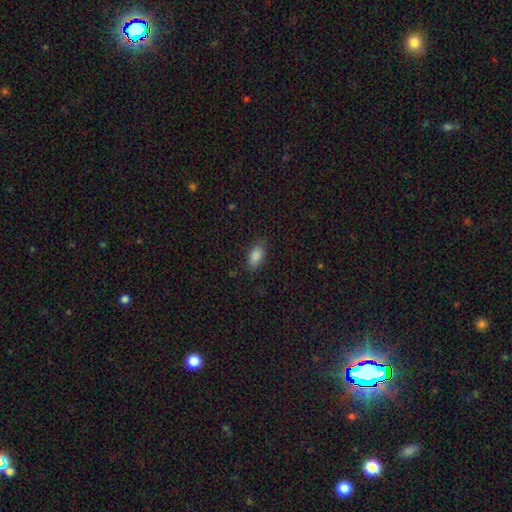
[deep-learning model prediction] Q: Smooth or featured?
A: smooth (87%); runner-up: star or artifact (8%)
Q: How rounded?
A: in between (91%); runner-up: round (5%)
Q: Merging?
A: none (82%); runner-up: minor disturbance (13%)